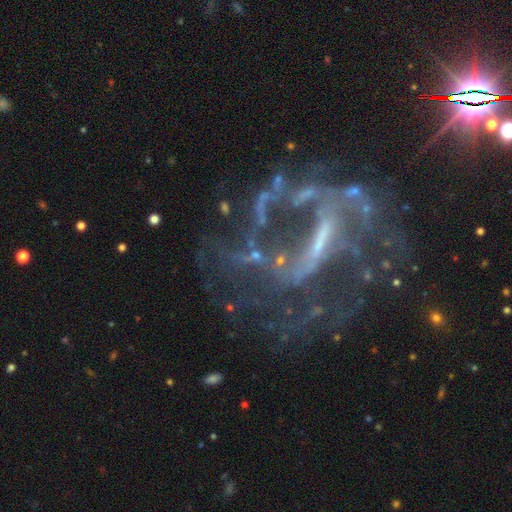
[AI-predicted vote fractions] A featured or disk galaxy (69%) with a strong bar (49%), spiral arms (65%) and no central bulge (36%).

Vote fractions:
- Smooth or featured? featured or disk: 69% / star or artifact: 21% / smooth: 9%
- Edge-on disk? no: 92% / yes: 8%
- Bar? strong: 49% / no: 26% / weak: 25%
- Spiral arms? yes: 65% / no: 35%
- Bulge size? none: 36% / small: 34% / moderate: 23% / large: 4% / dominant: 2%
- Merging? none: 40% / major disturbance: 35% / minor disturbance: 15% / merger: 10%